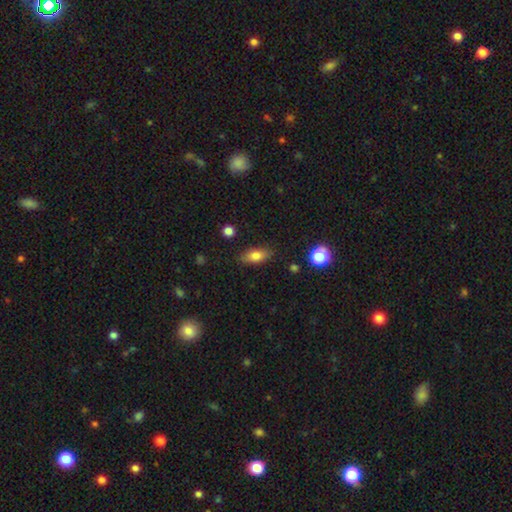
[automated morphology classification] Smooth or featured? smooth (76%)
How rounded? in between (78%)
Merging? none (84%)